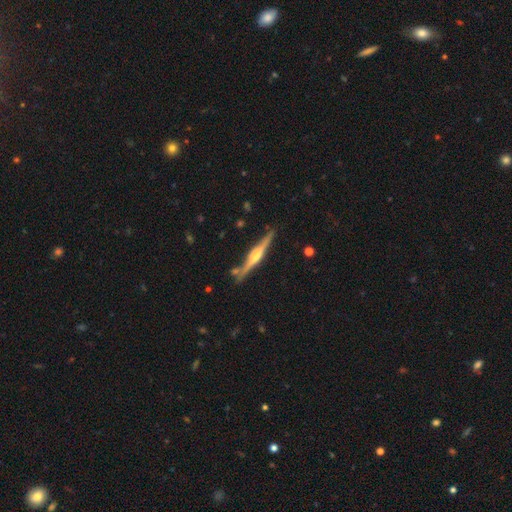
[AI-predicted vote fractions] A featured or disk galaxy (76%) viewed edge-on (98%) with a rounded central bulge (72%). Merging: none (83%).